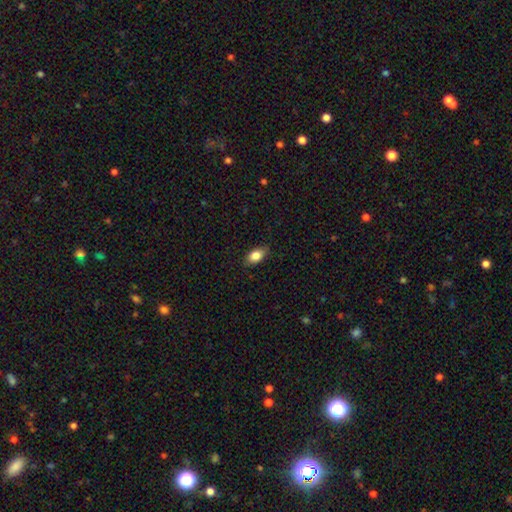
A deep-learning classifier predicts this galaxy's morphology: Smooth or featured: smooth — 83% (featured or disk — 9%)
How rounded: in between — 86% (round — 10%)
Merging: none — 82% (minor disturbance — 15%)